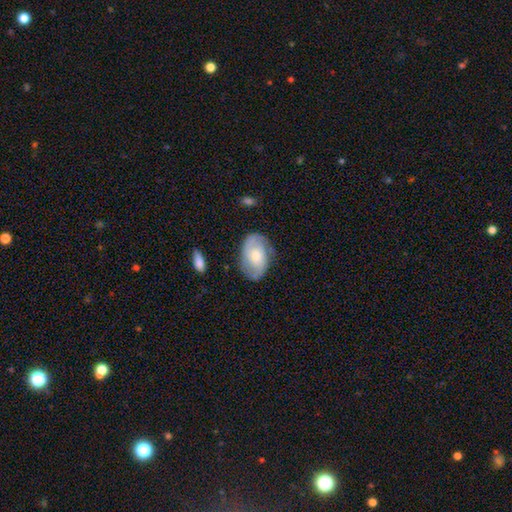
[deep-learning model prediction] featured or disk 58%, smooth 36%, star or artifact 6%. Down the decision tree: edge-on disk — no (96%); bar — no (67%); spiral arms — yes (85%); bulge size — moderate (52%); merging — none (72%).